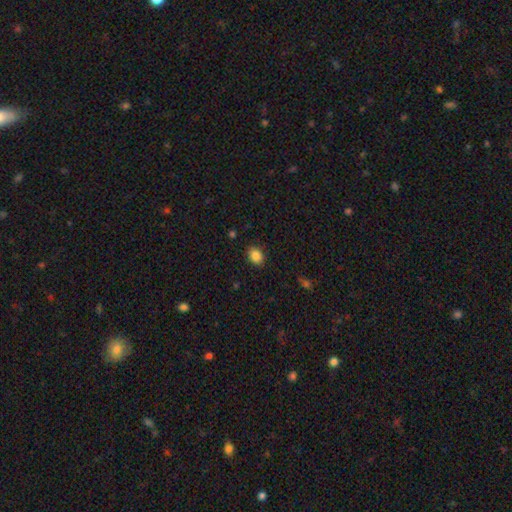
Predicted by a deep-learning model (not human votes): Smooth or featured: smooth — 86% (star or artifact — 9%)
How rounded: in between — 60% (round — 39%)
Merging: none — 88% (minor disturbance — 9%)